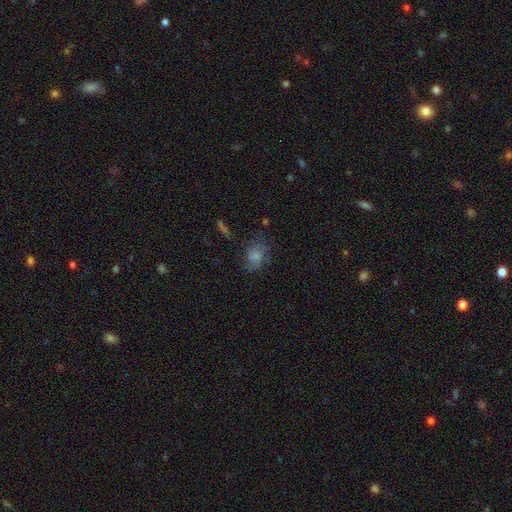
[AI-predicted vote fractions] This appears to be a smooth galaxy with no disk features (61%) that is round (52%). Merging: none (53%).